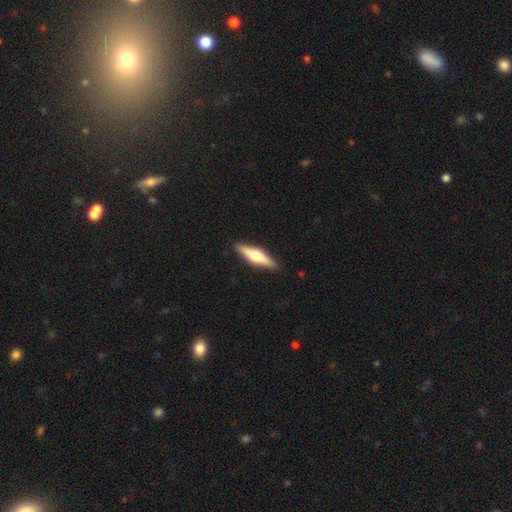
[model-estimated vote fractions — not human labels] Smooth or featured? featured or disk (56%)
Edge-on disk? yes (96%)
Edge-on bulge? rounded (92%)
Merging? none (90%)